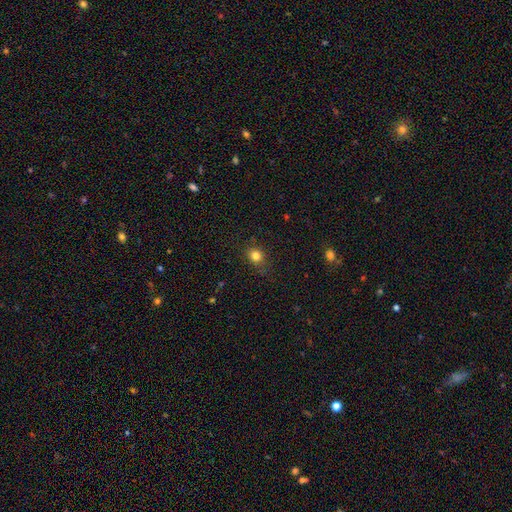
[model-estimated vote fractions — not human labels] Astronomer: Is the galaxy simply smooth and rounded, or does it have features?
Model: smooth — 80%.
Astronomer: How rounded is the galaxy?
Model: round — 73%.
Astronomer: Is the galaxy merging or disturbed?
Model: none — 78%.